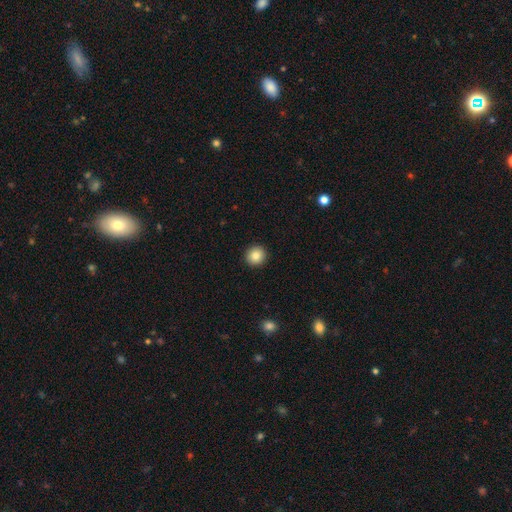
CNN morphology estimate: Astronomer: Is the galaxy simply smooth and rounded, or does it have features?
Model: smooth — 86%.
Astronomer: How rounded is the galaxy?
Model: round — 93%.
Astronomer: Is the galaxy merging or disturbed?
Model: none — 93%.